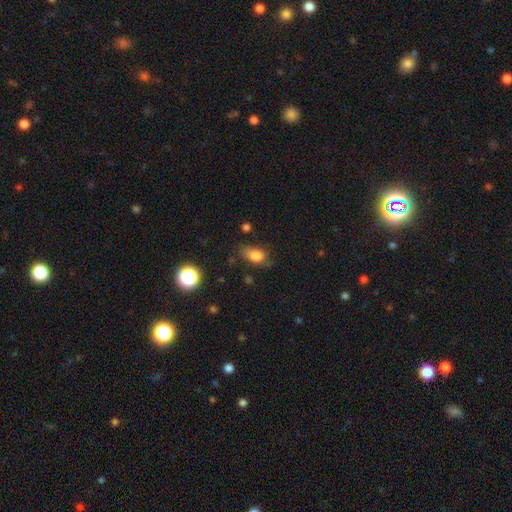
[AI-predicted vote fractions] smooth_or_featured: smooth (p=0.79) [alt: star or artifact p=0.11]
how_rounded: in between (p=0.84) [alt: round p=0.12]
merging: none (p=0.62) [alt: minor disturbance p=0.27]